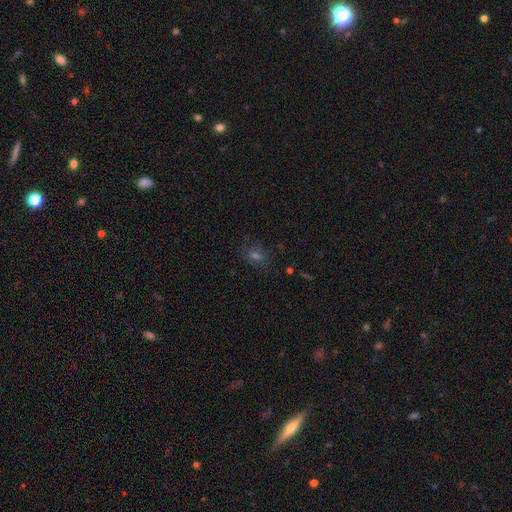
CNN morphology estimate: Smooth or featured: smooth — 45% (star or artifact — 34%)
Merging: none — 76% (minor disturbance — 15%)